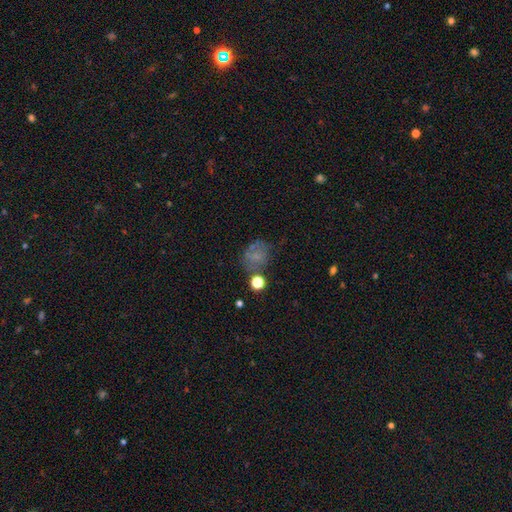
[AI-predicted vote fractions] Smooth or featured: smooth — 53% (featured or disk — 24%)
How rounded: round — 58% (in between — 41%)
Merging: none — 52% (minor disturbance — 22%)